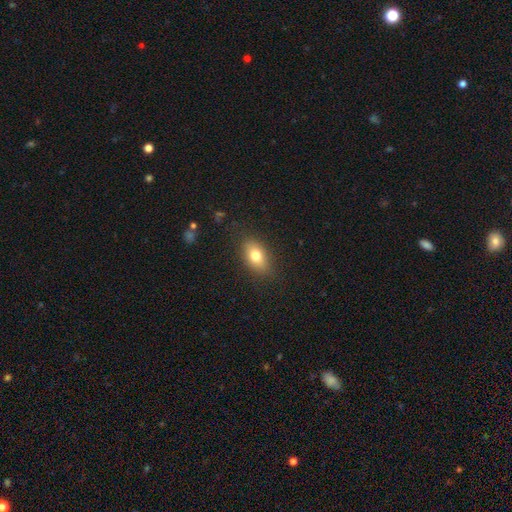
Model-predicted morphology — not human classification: Q: Smooth or featured?
A: smooth (77%); runner-up: featured or disk (14%)
Q: How rounded?
A: in between (84%); runner-up: round (12%)
Q: Merging?
A: none (84%); runner-up: minor disturbance (12%)